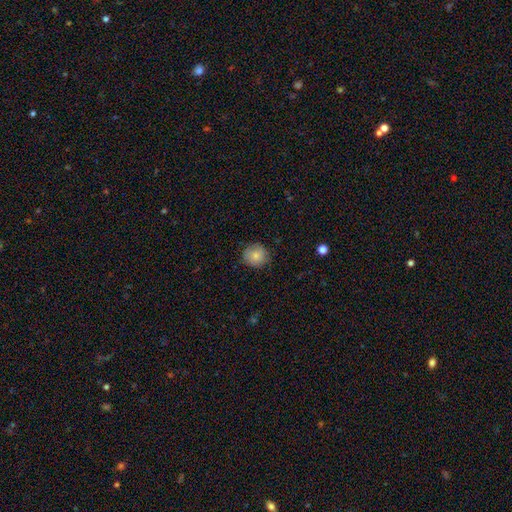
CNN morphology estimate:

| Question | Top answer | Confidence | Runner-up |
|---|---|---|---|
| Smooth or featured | smooth | 80% | featured or disk (12%) |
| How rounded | round | 89% | in between (10%) |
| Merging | none | 81% | minor disturbance (14%) |